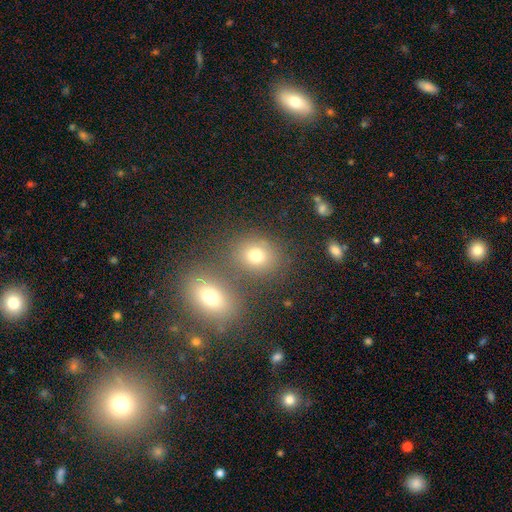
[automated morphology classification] Smooth or featured? smooth (74%)
How rounded? round (61%)
Merging? none (65%)